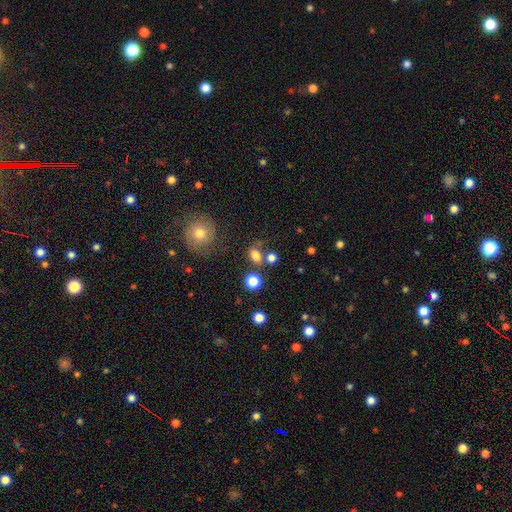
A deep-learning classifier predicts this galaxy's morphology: Smooth or featured: smooth — 78% (star or artifact — 15%)
How rounded: in between — 56% (round — 43%)
Merging: none — 64% (merger — 17%)